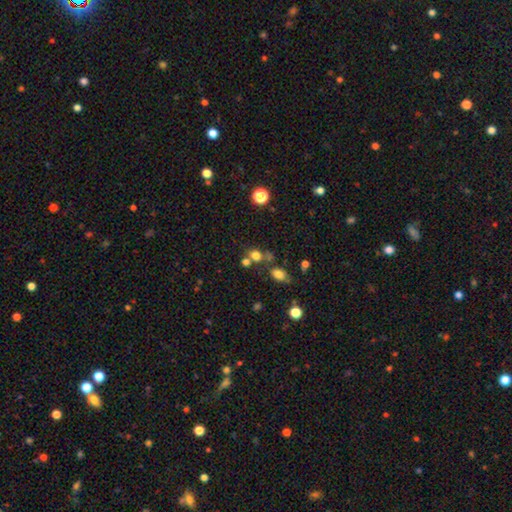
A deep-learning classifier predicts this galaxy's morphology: This is likely a smooth galaxy (72%). How rounded: likely round (67%). Merging: possibly none (54%).